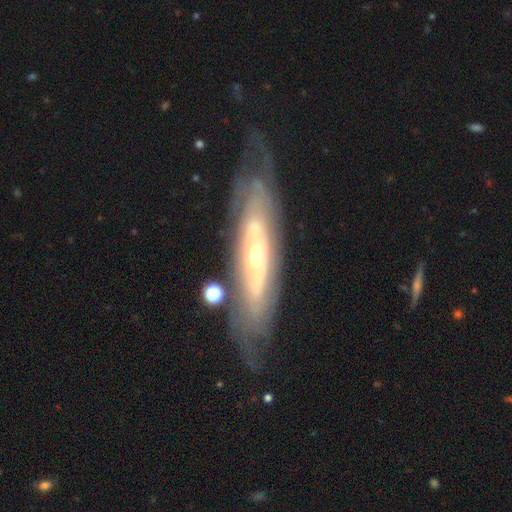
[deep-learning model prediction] Smooth or featured?
  - featured or disk: 80% *
  - smooth: 14%
  - star or artifact: 6%
Edge-on disk?
  - no: 71% *
  - yes: 29%
Bar?
  - no: 74% *
  - weak: 17%
  - strong: 8%
Spiral arms?
  - yes: 76% *
  - no: 24%
Bulge size?
  - small: 67% *
  - moderate: 28%
  - large: 2%
  - none: 1%
  - dominant: 1%
Merging?
  - none: 70% *
  - minor disturbance: 19%
  - major disturbance: 8%
  - merger: 3%